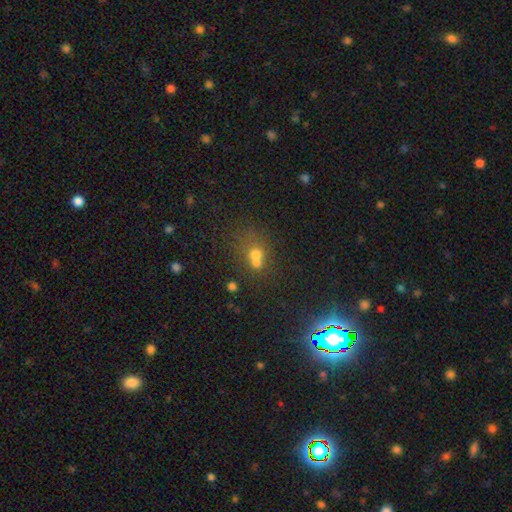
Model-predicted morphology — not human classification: smooth 60%, star or artifact 22%, featured or disk 17%. Down the decision tree: how rounded — round (74%); merging — merger (53%).